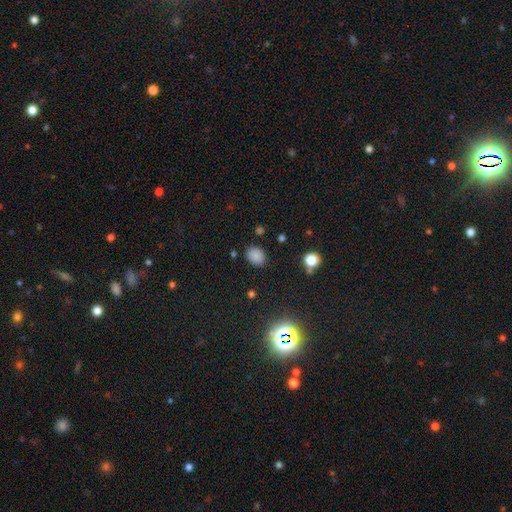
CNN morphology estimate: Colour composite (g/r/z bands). It shows a smooth galaxy with no disk features (82%) that is in between round and cigar-shaped (61%). Merging: none (84%).